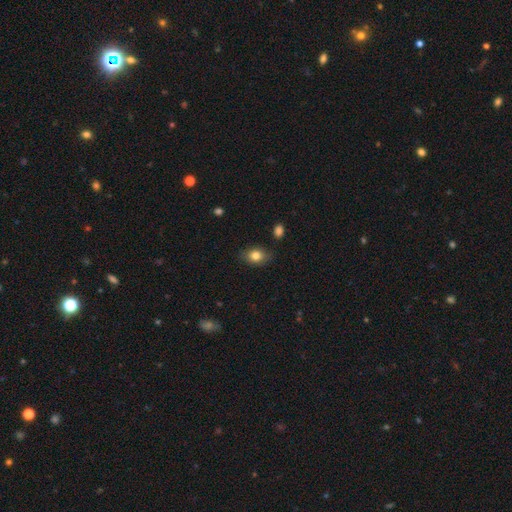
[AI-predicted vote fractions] Smooth or featured? Predicted: smooth (p=0.82). How rounded? Predicted: in between (p=0.68). Merging? Predicted: none (p=0.82).